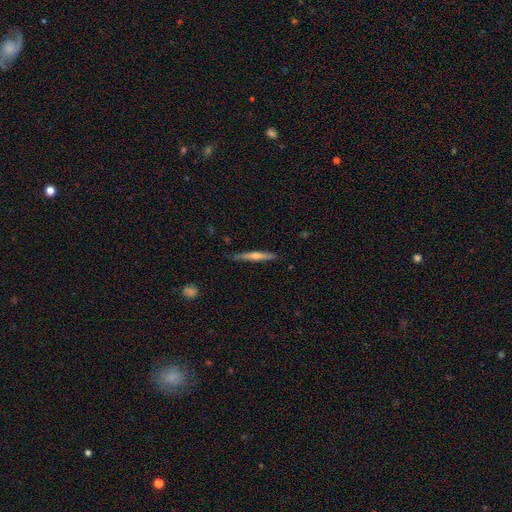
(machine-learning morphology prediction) Q: Smooth or featured?
A: featured or disk (57%); runner-up: smooth (37%)
Q: Edge-on disk?
A: yes (97%); runner-up: no (3%)
Q: Edge-on bulge?
A: rounded (78%); runner-up: none (18%)
Q: Merging?
A: none (86%); runner-up: minor disturbance (11%)